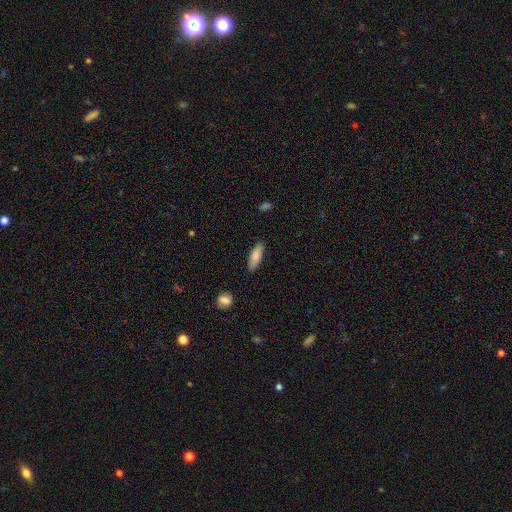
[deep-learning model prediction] Smooth or featured? Predicted: smooth (p=0.84). How rounded? Predicted: in between (p=0.55). Merging? Predicted: none (p=0.86).